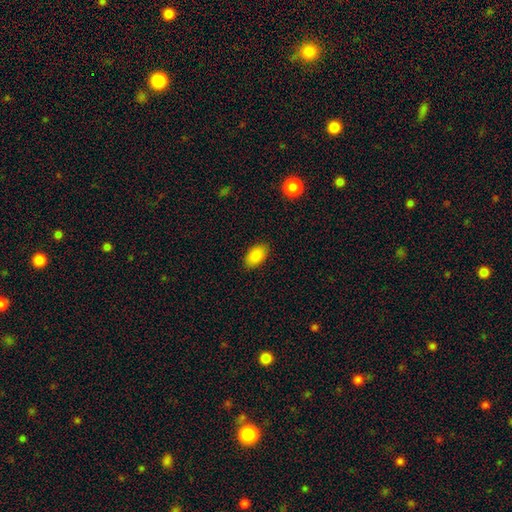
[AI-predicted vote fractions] This is clearly a smooth galaxy (88%). How rounded: clearly in between (93%). Merging: clearly none (88%).